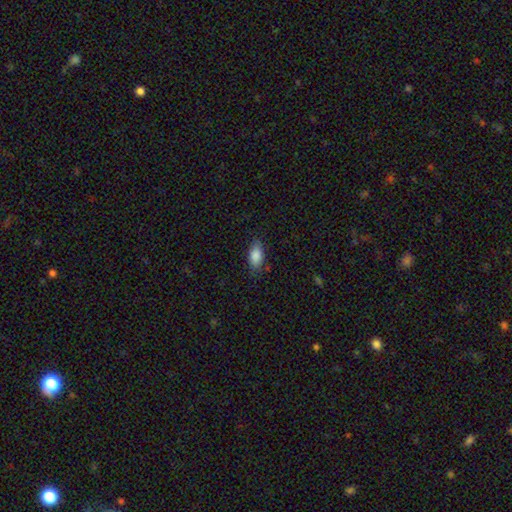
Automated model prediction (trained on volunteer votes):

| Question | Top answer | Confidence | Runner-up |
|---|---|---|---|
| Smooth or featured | smooth | 86% | star or artifact (7%) |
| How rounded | in between | 89% | cigar-shaped (7%) |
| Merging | none | 79% | minor disturbance (16%) |